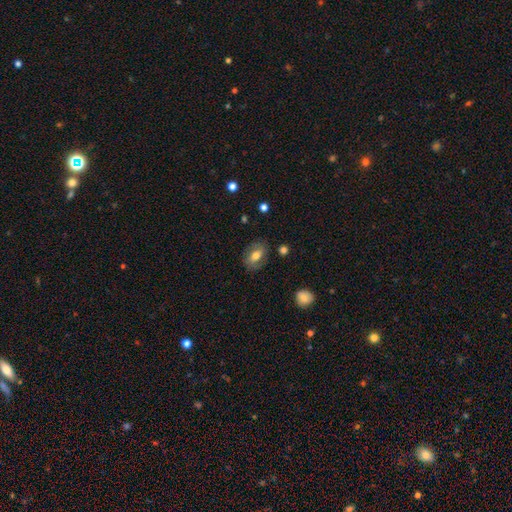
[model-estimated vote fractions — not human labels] Q: Smooth or featured?
A: smooth (62%); runner-up: featured or disk (30%)
Q: How rounded?
A: in between (83%); runner-up: round (14%)
Q: Merging?
A: none (78%); runner-up: minor disturbance (15%)